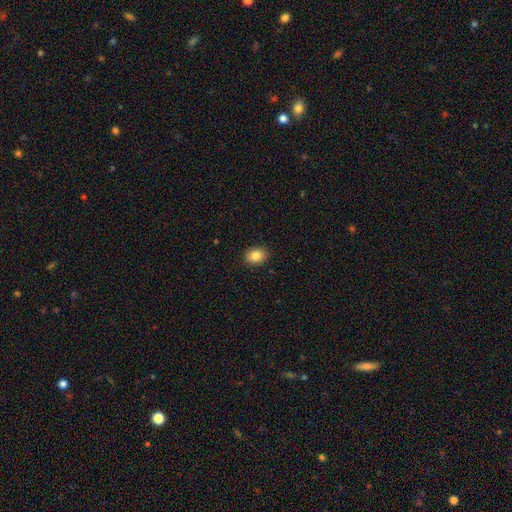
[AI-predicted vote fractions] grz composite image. It shows a smooth galaxy with no disk features (85%) that is in between round and cigar-shaped (53%). Merging: none (90%).